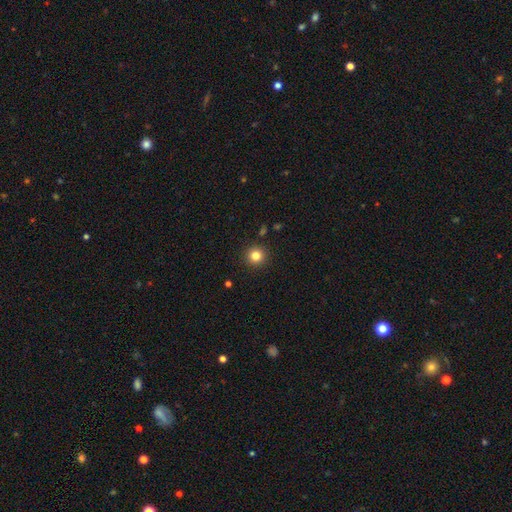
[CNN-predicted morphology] This appears to be a smooth galaxy with no disk features (82%) that is round (95%). Merging: none (92%).